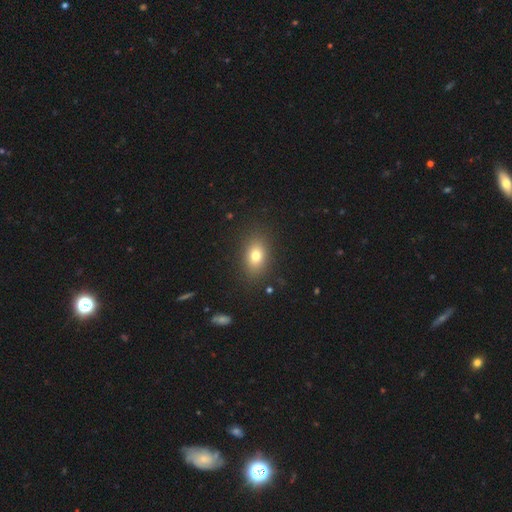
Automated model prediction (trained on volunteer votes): smooth-or-featured: smooth: 78% | star or artifact: 11% | featured or disk: 11%
  how-rounded: in between: 78% | round: 20% | cigar-shaped: 2%
  merging: none: 87% | minor disturbance: 9% | major disturbance: 3% | merger: 1%